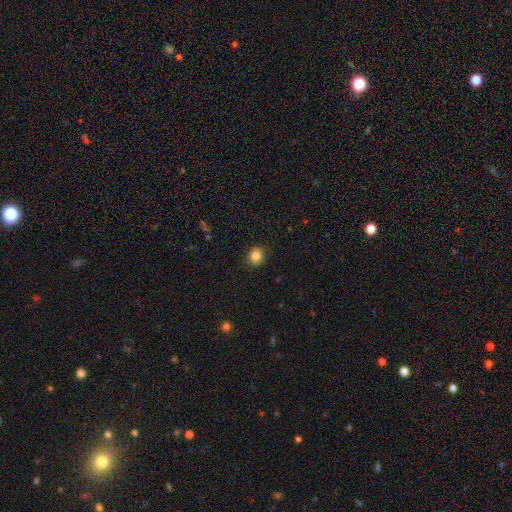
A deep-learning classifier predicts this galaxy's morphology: Smooth or featured? smooth (85%)
How rounded? round (65%)
Merging? none (88%)